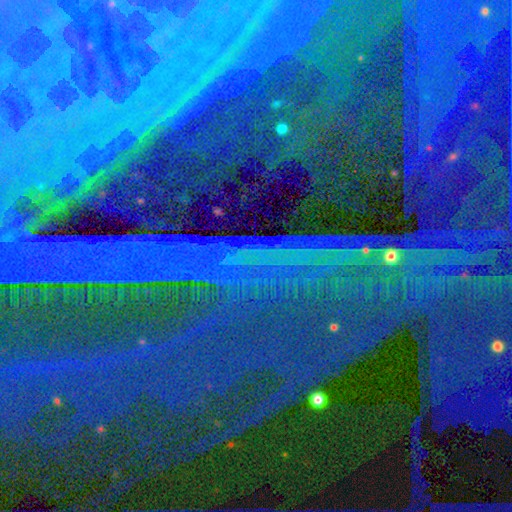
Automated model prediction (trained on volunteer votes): The model was most divided on "smooth or featured": star or artifact: 87%, featured or disk: 7%, smooth: 6%.